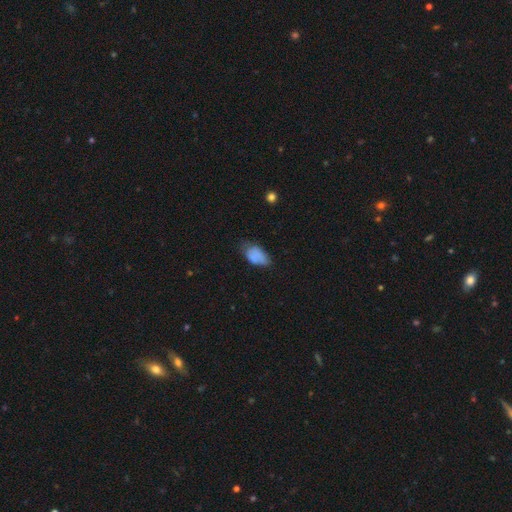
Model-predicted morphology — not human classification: Smooth or featured? Predicted: smooth (p=0.80). How rounded? Predicted: in between (p=0.93). Merging? Predicted: none (p=0.46).